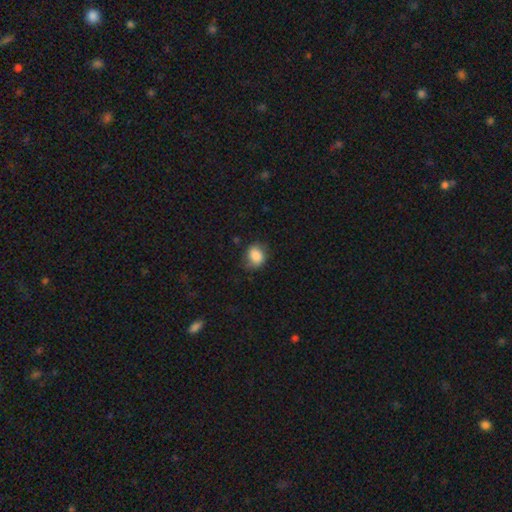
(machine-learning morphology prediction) type=smooth (84%); roundness=round (51%); merging=none (64%).